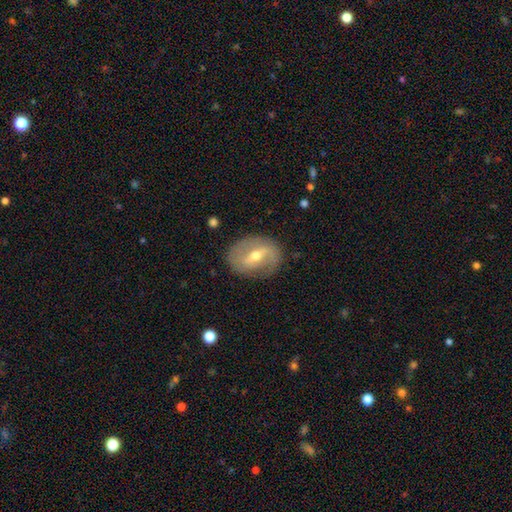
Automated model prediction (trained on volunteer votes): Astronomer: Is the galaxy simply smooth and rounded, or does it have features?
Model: featured or disk — 74%.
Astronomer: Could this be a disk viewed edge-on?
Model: no — 94%.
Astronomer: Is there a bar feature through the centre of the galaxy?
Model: strong — 44% (runner-up: weak, 41%).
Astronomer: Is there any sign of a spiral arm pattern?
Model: yes — 72%.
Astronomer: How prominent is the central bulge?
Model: moderate — 61%.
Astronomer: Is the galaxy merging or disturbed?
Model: none — 80%.